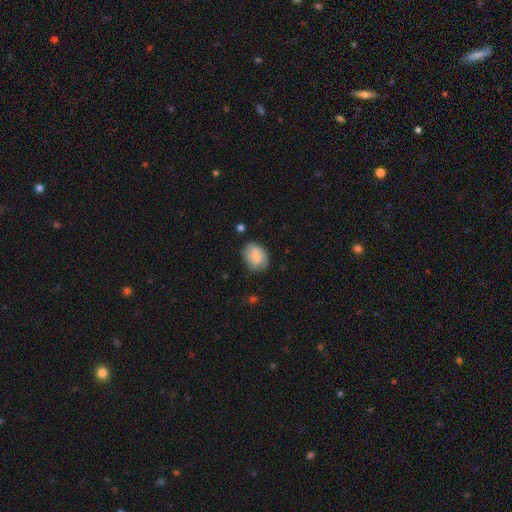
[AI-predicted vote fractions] smooth_or_featured: smooth (p=0.72) [alt: featured or disk p=0.20]
how_rounded: in between (p=0.67) [alt: round p=0.31]
merging: none (p=0.72) [alt: minor disturbance p=0.20]